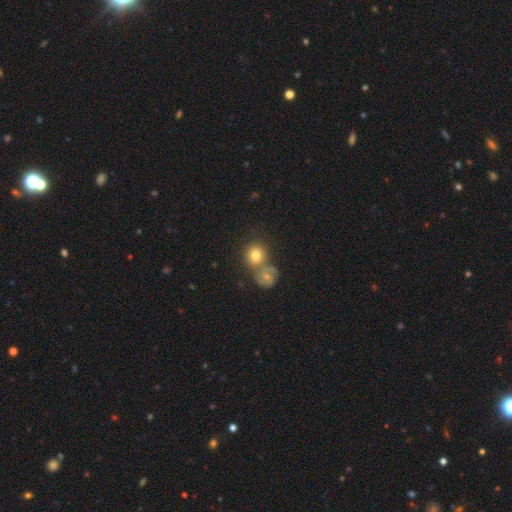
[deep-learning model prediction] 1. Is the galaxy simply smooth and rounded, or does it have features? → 71% smooth, 19% featured or disk, 9% star or artifact.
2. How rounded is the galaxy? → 83% round, 15% in between, 1% cigar-shaped.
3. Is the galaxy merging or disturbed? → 50% none, 36% merger, 10% minor disturbance, 4% major disturbance.